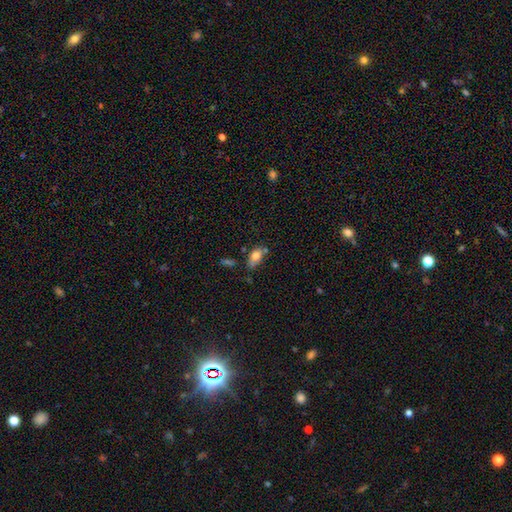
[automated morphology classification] Overall: smooth (77%). How rounded: in between (88%). Merging: none (55%; minor disturbance 26%).